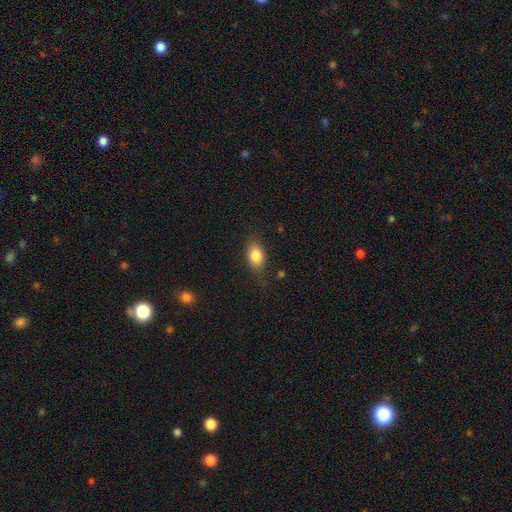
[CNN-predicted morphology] This is clearly a smooth galaxy (82%). How rounded: clearly in between (81%). Merging: likely none (73%).